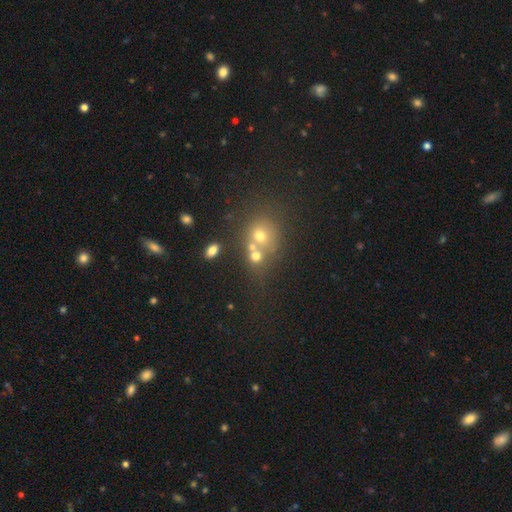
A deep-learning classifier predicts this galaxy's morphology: smooth_or_featured: smooth (p=0.62) [alt: star or artifact p=0.20]
how_rounded: round (p=0.76) [alt: in between p=0.23]
merging: none (p=0.44) [alt: merger p=0.42]